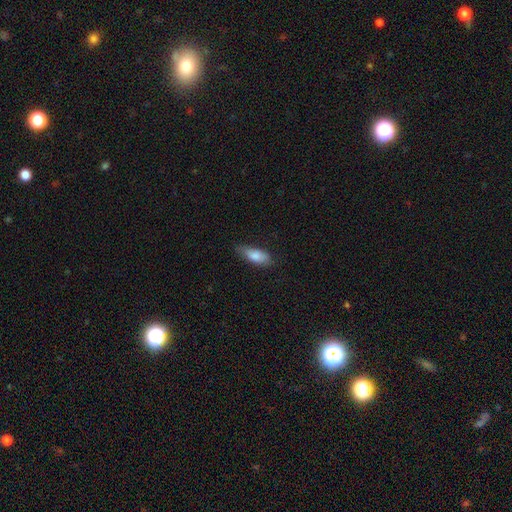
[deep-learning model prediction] Overall: smooth (81%). How rounded: in between (73%). Merging: none (67%).